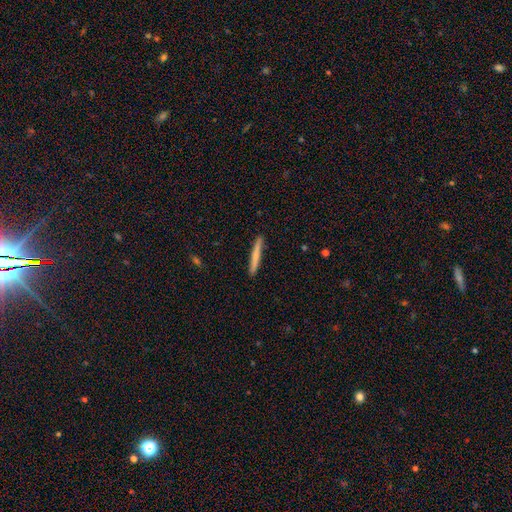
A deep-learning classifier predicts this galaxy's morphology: Smooth or featured? smooth (67%)
How rounded? cigar-shaped (96%)
Merging? none (89%)